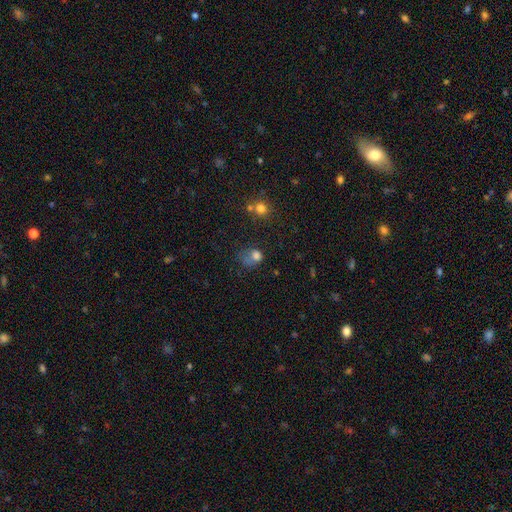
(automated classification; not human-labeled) This appears to be a smooth galaxy with no disk features (72%) that is round (55%). Merging: none (31%).